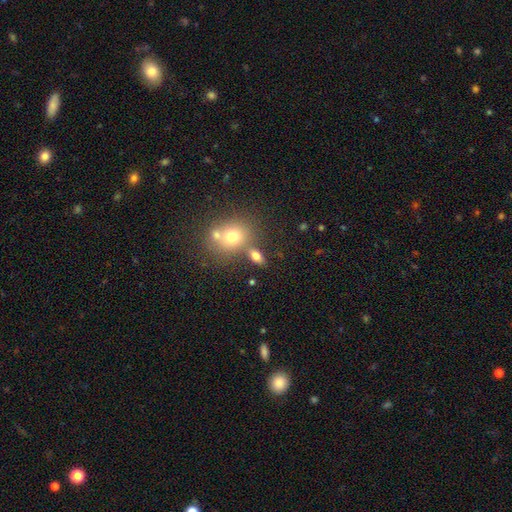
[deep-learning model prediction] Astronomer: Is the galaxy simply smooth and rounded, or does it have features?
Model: smooth — 72%.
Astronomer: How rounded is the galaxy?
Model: in between — 72%.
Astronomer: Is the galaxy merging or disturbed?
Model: none — 62%.